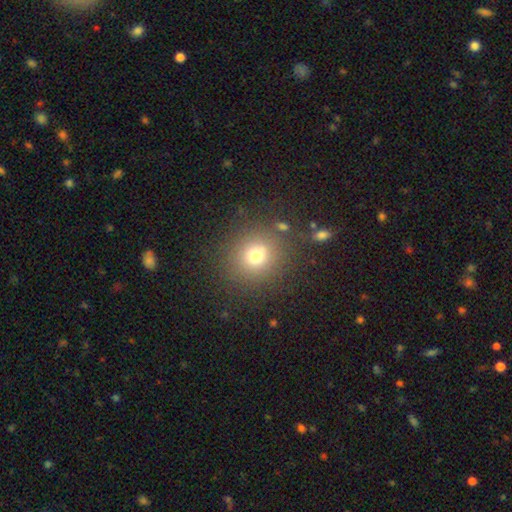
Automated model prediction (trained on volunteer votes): Q: Smooth or featured?
A: smooth (73%); runner-up: star or artifact (17%)
Q: How rounded?
A: round (86%); runner-up: in between (13%)
Q: Merging?
A: none (82%); runner-up: minor disturbance (9%)